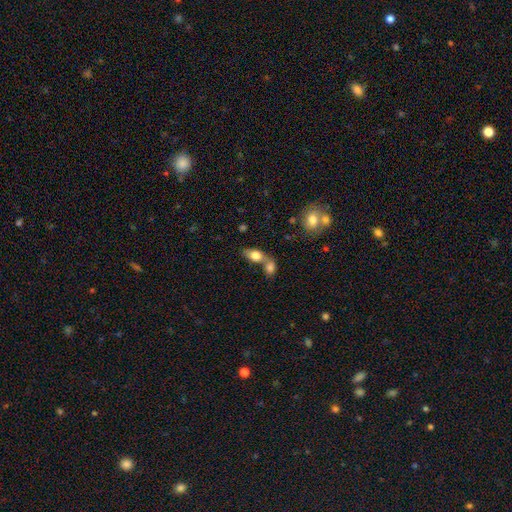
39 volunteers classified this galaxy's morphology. type=smooth (92%); roundness=in between (86%); merging=merger (62%).